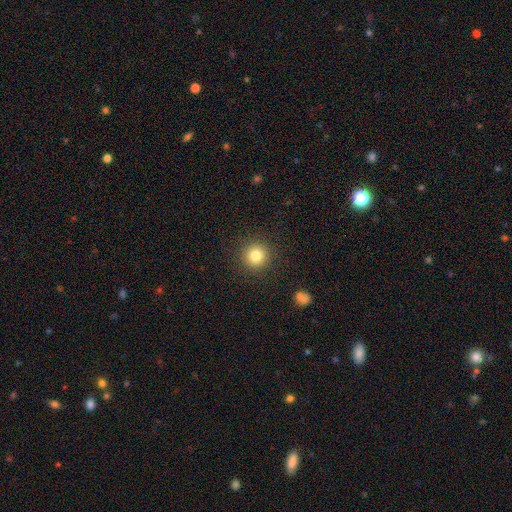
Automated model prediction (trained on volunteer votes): Smooth or featured: smooth — 81% (star or artifact — 12%)
How rounded: round — 95% (in between — 4%)
Merging: none — 90% (minor disturbance — 6%)